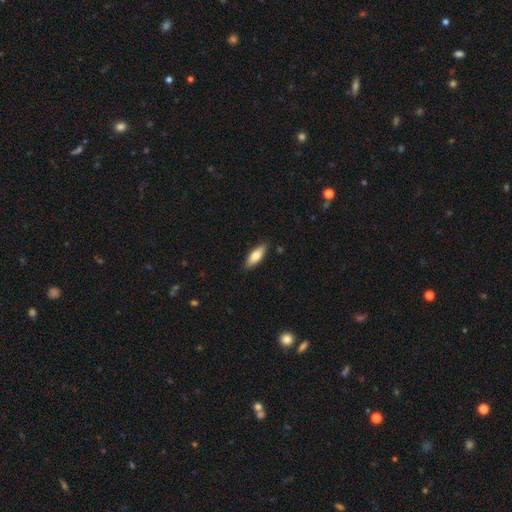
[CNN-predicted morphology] Smooth or featured? smooth (76%)
How rounded? in between (64%)
Merging? none (87%)